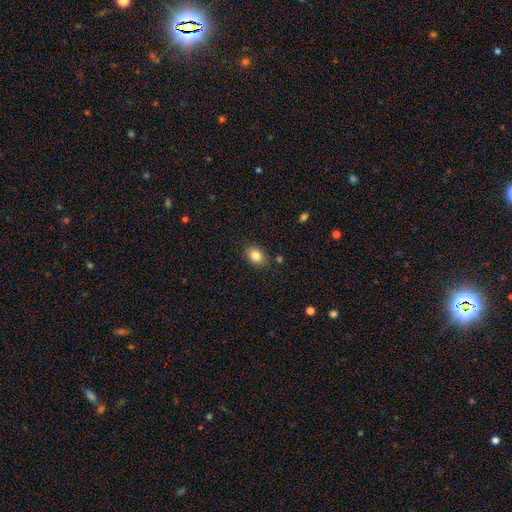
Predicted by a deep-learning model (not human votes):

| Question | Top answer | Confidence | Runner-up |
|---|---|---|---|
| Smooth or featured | smooth | 84% | star or artifact (9%) |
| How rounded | in between | 76% | round (23%) |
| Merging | none | 84% | minor disturbance (11%) |